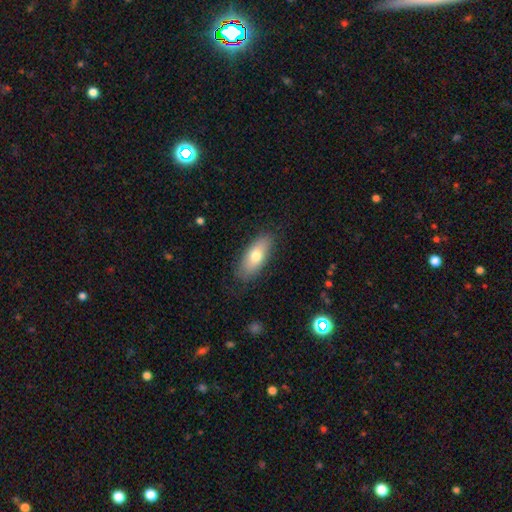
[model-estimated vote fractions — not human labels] Overall: smooth (73%). How rounded: in between (80%). Merging: none (82%).